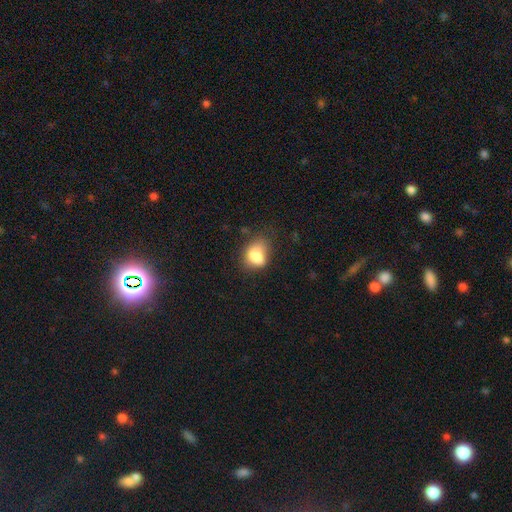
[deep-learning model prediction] Morphology: type=smooth (81%); roundness=in between (66%); merging=none (52%).